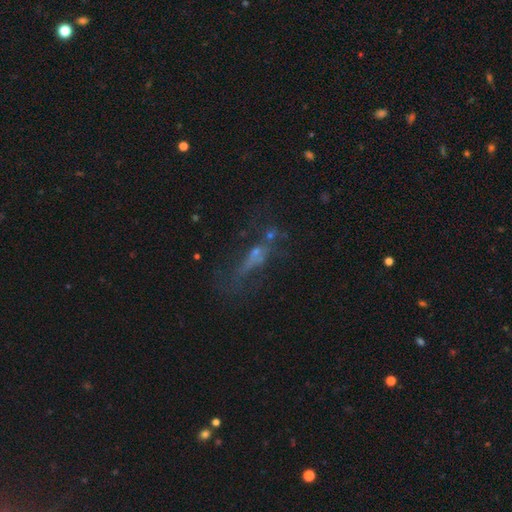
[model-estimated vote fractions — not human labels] A featured or disk galaxy (42%). Merging: none (42%).